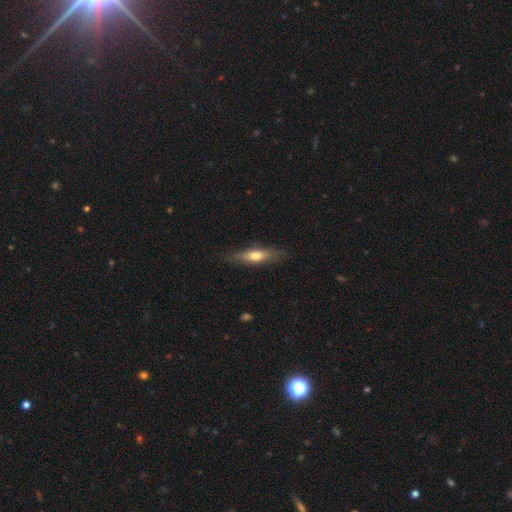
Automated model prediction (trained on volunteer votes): smooth 60%, featured or disk 34%, star or artifact 6%. Down the decision tree: how rounded — cigar-shaped (72%); merging — none (82%).